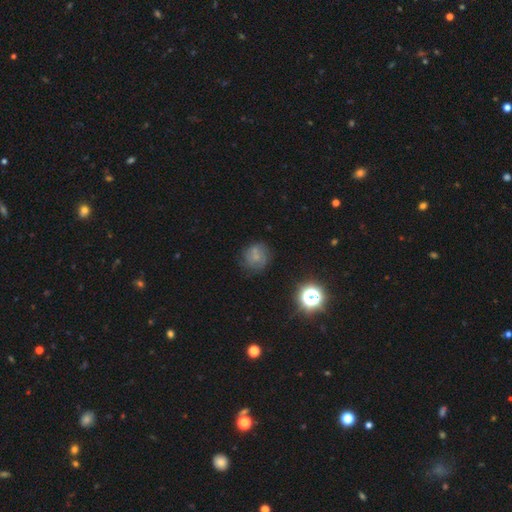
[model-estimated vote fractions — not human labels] smooth-or-featured: smooth: 50% | featured or disk: 34% | star or artifact: 16%
  merging: none: 66% | minor disturbance: 20% | major disturbance: 9% | merger: 4%